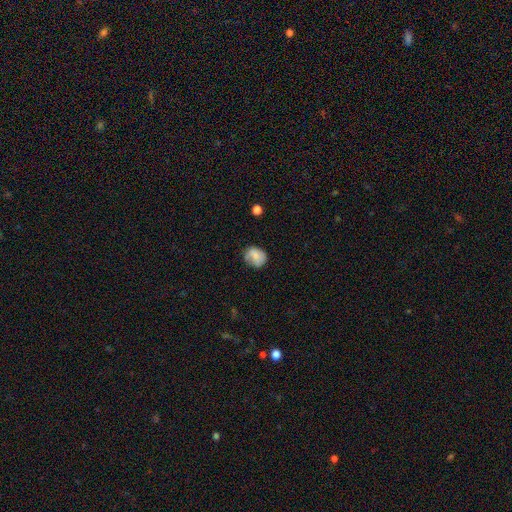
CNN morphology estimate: Smooth or featured: smooth — 72% (featured or disk — 20%)
How rounded: round — 60% (in between — 39%)
Merging: none — 61% (minor disturbance — 28%)